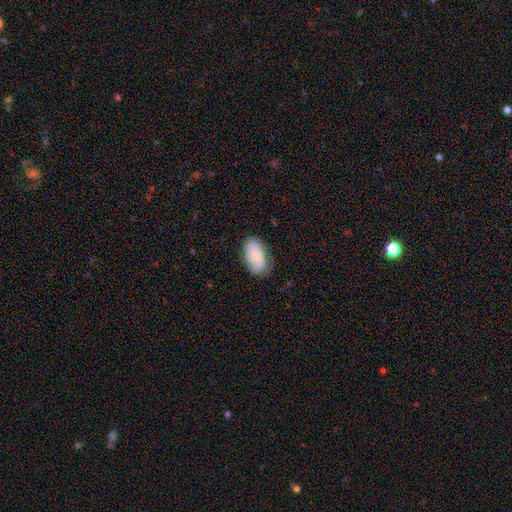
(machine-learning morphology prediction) Overall: smooth (79%). How rounded: in between (95%). Merging: none (70%).